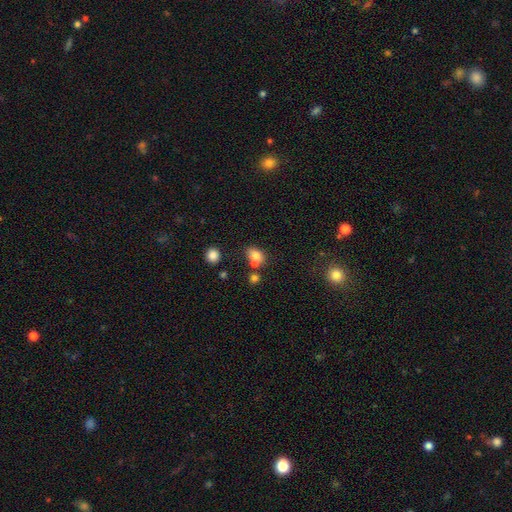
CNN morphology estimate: Overall: smooth (75%). How rounded: in between (63%; round 36%). Merging: none (48%; merger 35%).